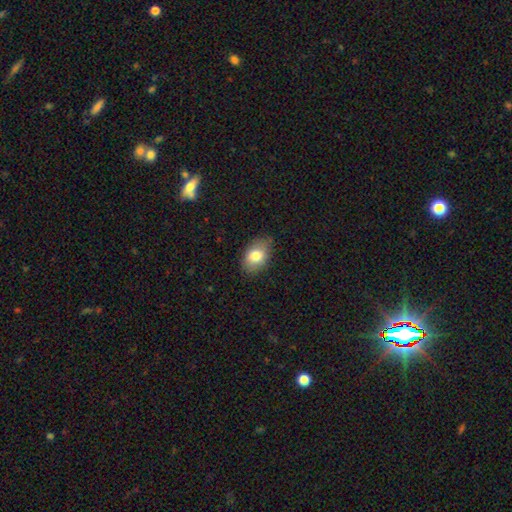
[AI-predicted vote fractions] smooth 79%, featured or disk 12%, star or artifact 8%. Down the decision tree: how rounded — in between (84%); merging — none (81%).